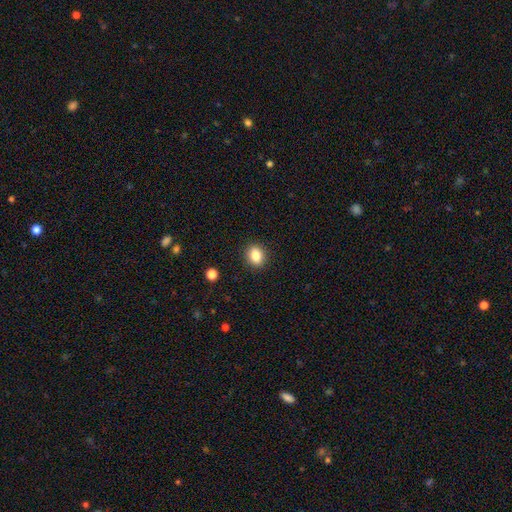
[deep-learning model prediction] This appears to be a smooth galaxy with no disk features (83%) that is round (52%). Merging: none (90%).